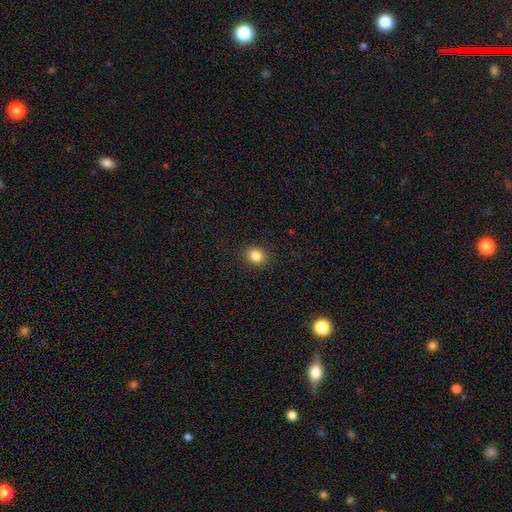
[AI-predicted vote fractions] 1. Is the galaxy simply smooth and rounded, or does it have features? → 84% smooth, 11% star or artifact, 6% featured or disk.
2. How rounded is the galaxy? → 61% round, 38% in between, 1% cigar-shaped.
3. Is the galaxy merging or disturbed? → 90% none, 7% minor disturbance, 2% major disturbance, 1% merger.